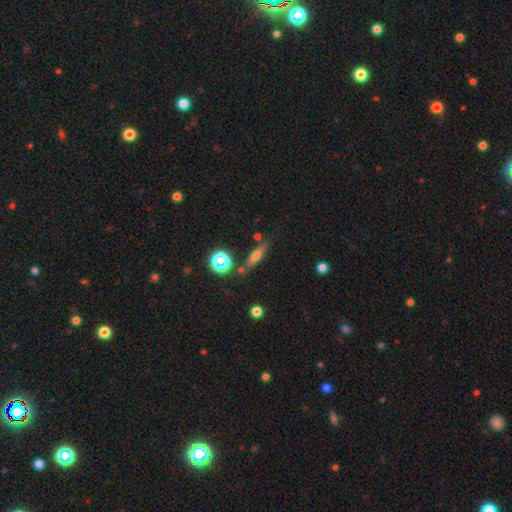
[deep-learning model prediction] smooth-or-featured: smooth: 55% | featured or disk: 31% | star or artifact: 14%
  how-rounded: cigar-shaped: 55% | in between: 36% | round: 9%
  merging: none: 76% | minor disturbance: 13% | merger: 6% | major disturbance: 4%